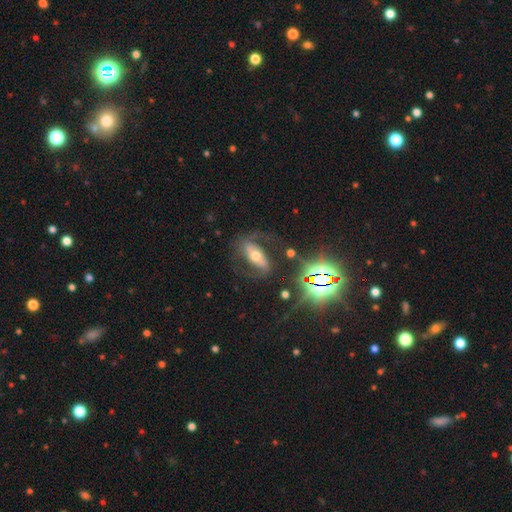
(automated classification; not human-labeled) featured or disk 67%, smooth 20%, star or artifact 13%. Down the decision tree: edge-on disk — no (86%); bar — strong (53%); spiral arms — yes (80%); bulge size — moderate (66%); merging — none (67%).